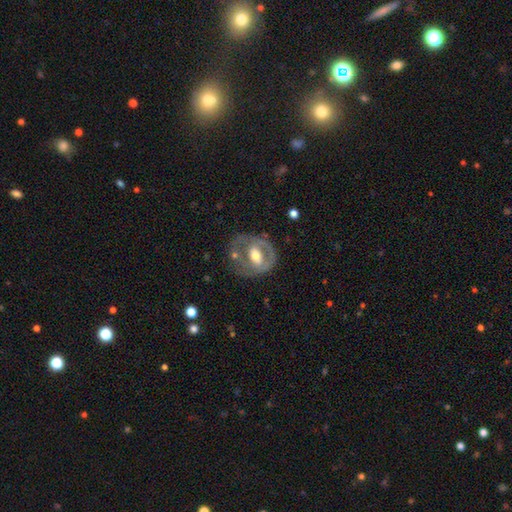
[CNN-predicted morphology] This is likely a featured or disk galaxy (65%). It is clearly not viewed edge-on (94%). Bar: marginally weak (37%). Spiral arm pattern: likely no (67%). Central bulge: likely moderate (68%). Merging: possibly none (52%).